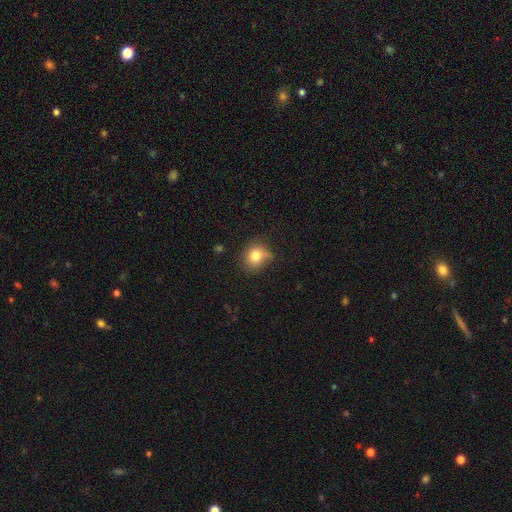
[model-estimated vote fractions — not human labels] Smooth or featured? Predicted: smooth (p=0.80). How rounded? Predicted: round (p=0.74). Merging? Predicted: none (p=0.64).